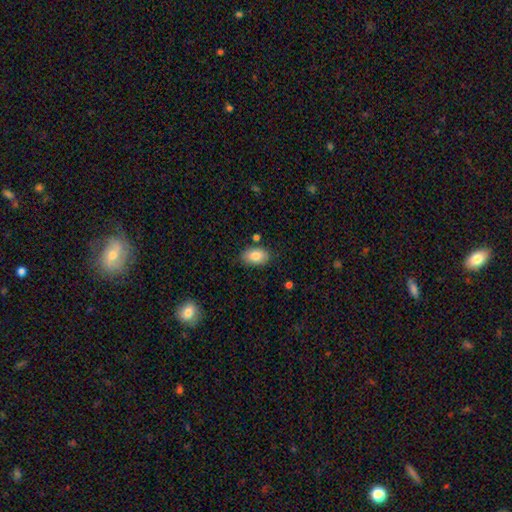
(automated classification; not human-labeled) smooth 84%, featured or disk 9%, star or artifact 7%. Down the decision tree: how rounded — in between (89%); merging — none (80%).